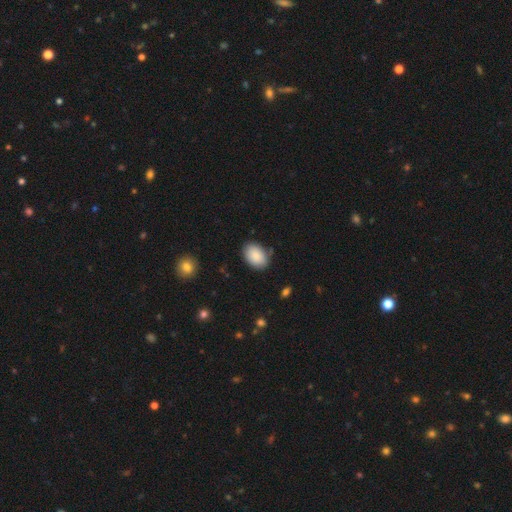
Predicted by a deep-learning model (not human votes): smooth_or_featured: smooth (p=0.88) [alt: star or artifact p=0.06]
how_rounded: in between (p=0.86) [alt: round p=0.13]
merging: none (p=0.82) [alt: minor disturbance p=0.13]